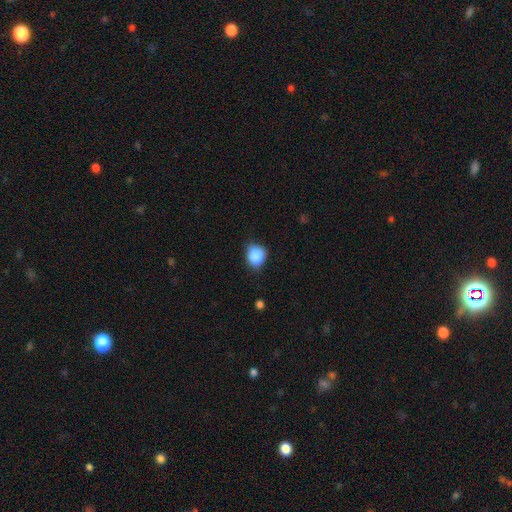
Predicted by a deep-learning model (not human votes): smooth 87%, star or artifact 9%, featured or disk 4%. Down the decision tree: how rounded — round (64%); merging — none (70%).